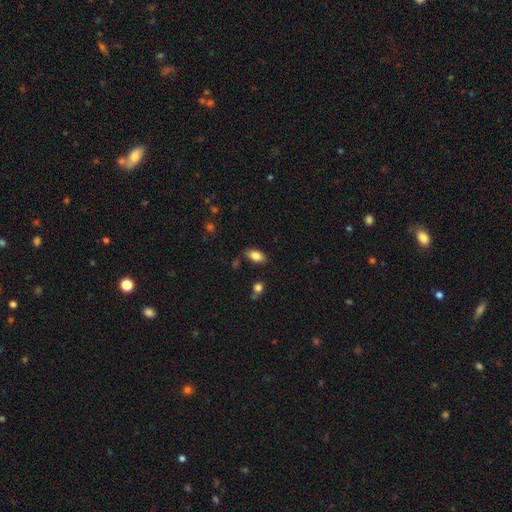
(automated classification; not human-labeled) Overall: smooth (83%). How rounded: in between (91%). Merging: none (82%).